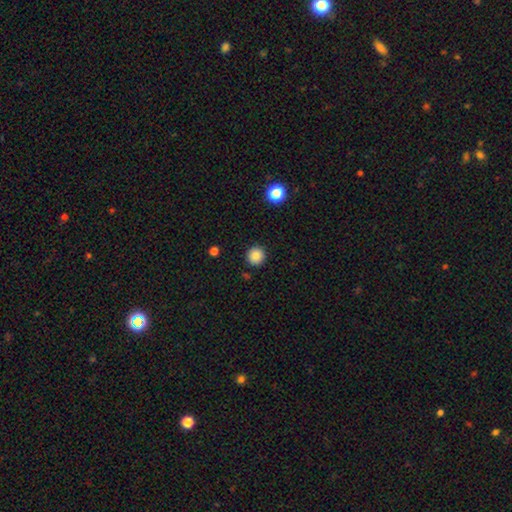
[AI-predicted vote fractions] This is clearly a smooth galaxy (86%). How rounded: clearly round (94%). Merging: clearly none (91%).